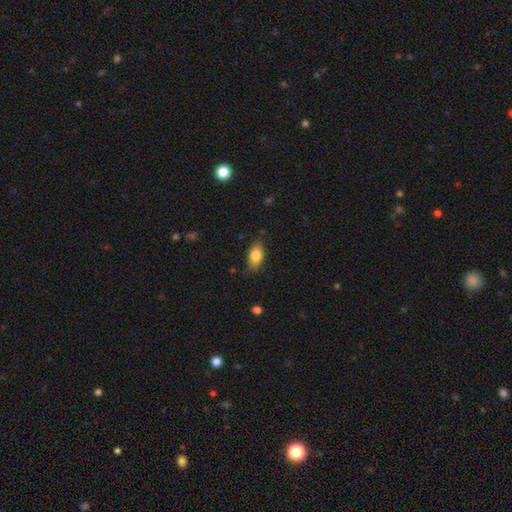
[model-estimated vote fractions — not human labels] Morphology: type=smooth (81%); roundness=in between (89%); merging=none (79%).